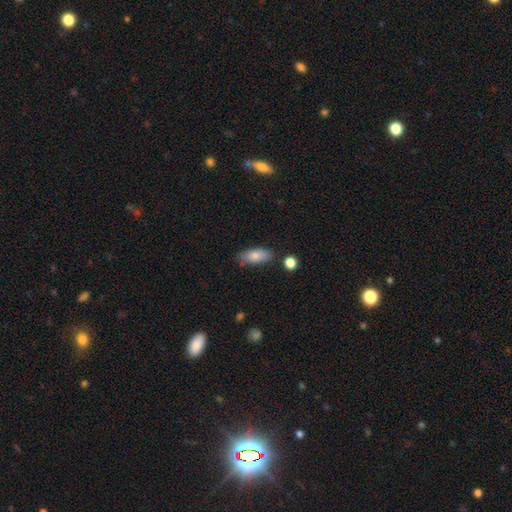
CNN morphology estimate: This appears to be a smooth galaxy with no disk features (81%) that is in between round and cigar-shaped (82%). Merging: none (74%).